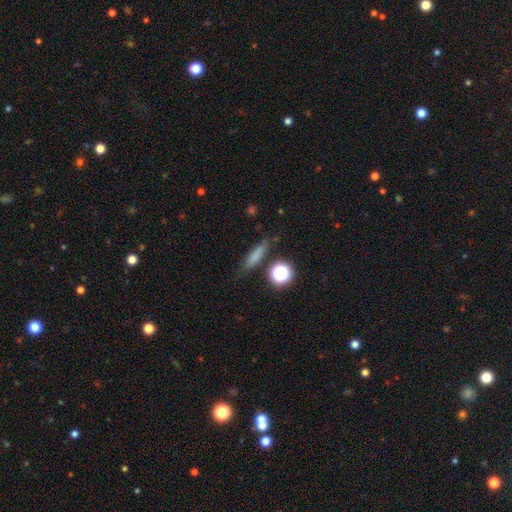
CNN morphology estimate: smooth 73%, star or artifact 13%, featured or disk 13%. Down the decision tree: how rounded — cigar-shaped (68%); merging — none (78%).